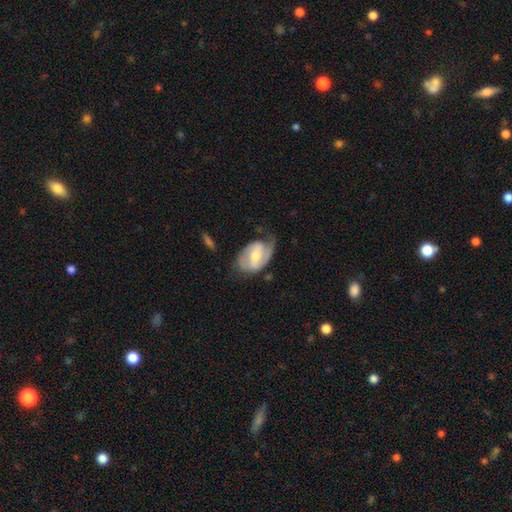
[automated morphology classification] smooth-or-featured: featured or disk: 75% | smooth: 20% | star or artifact: 5%
  disk-edge-on: no: 96% | yes: 4%
    bar: weak: 46% | strong: 33% | no: 21%
    has-spiral-arms: yes: 89% | no: 11%
      spiral-winding: medium: 44% | tight: 30% | loose: 26%
      spiral-arm-count: 2: 67% | 1: 21% | can't tell: 9% | 3: 1% | 4: 1% | more than 4: 1%
    bulge-size: moderate: 58% | small: 32% | large: 6% | none: 2% | dominant: 1%
  merging: none: 48% | minor disturbance: 30% | major disturbance: 20% | merger: 2%